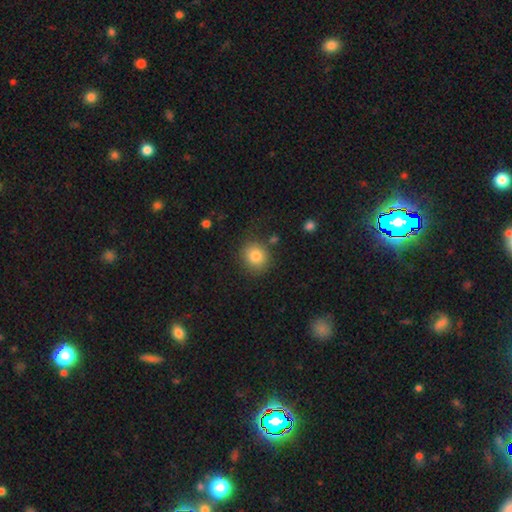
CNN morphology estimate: This appears to be a smooth galaxy with no disk features (82%) that is round (82%). Merging: none (83%).